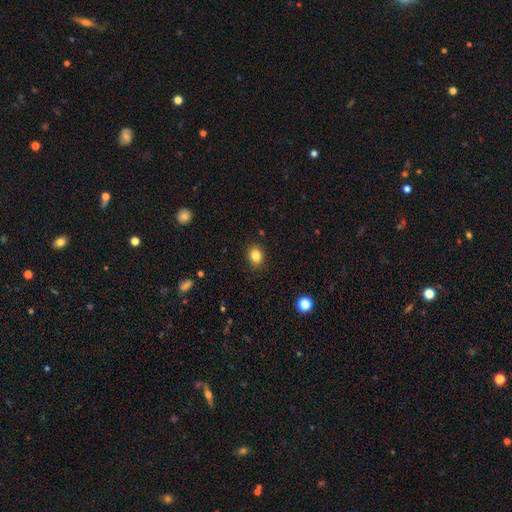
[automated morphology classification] smooth_or_featured: smooth (p=0.84) [alt: star or artifact p=0.11]
how_rounded: round (p=0.51) [alt: in between p=0.48]
merging: none (p=0.88) [alt: minor disturbance p=0.09]